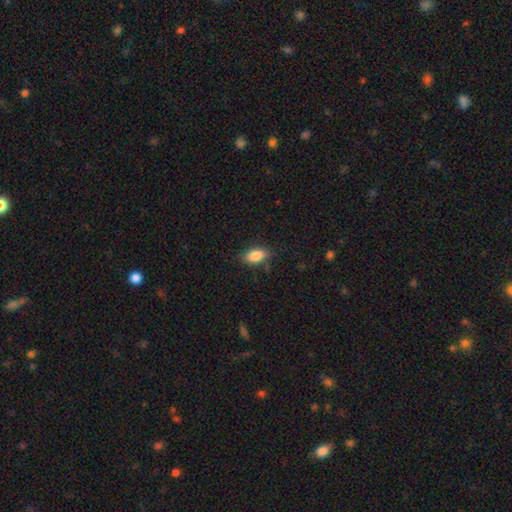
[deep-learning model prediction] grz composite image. It shows a smooth galaxy with no disk features (86%) that is in between round and cigar-shaped (89%). Merging: none (81%).